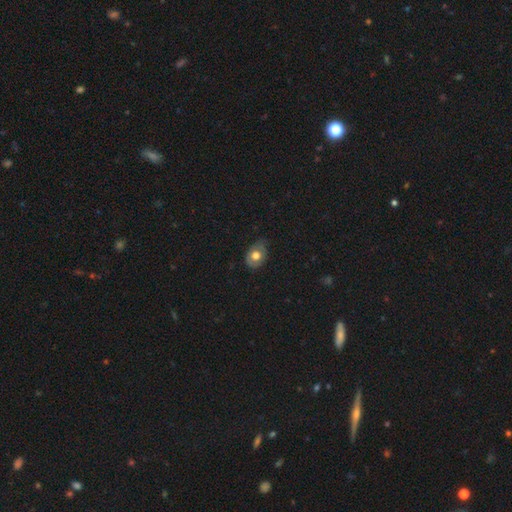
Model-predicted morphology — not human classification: A smooth galaxy with no disk features (60%) that is in between round and cigar-shaped (62%). Merging: none (62%).